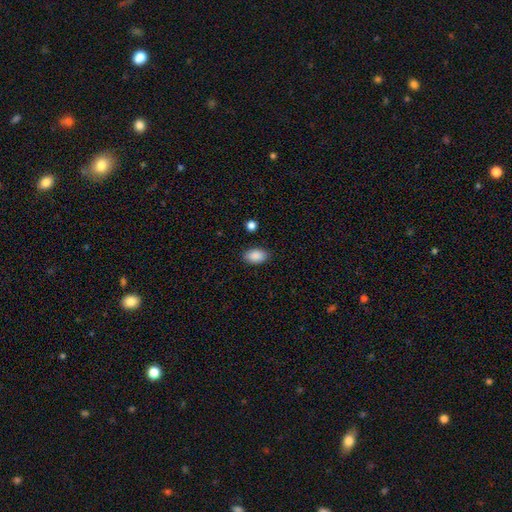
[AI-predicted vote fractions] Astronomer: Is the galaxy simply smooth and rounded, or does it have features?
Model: smooth — 89%.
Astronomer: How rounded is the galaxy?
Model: in between — 91%.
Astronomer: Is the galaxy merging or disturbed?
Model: none — 86%.